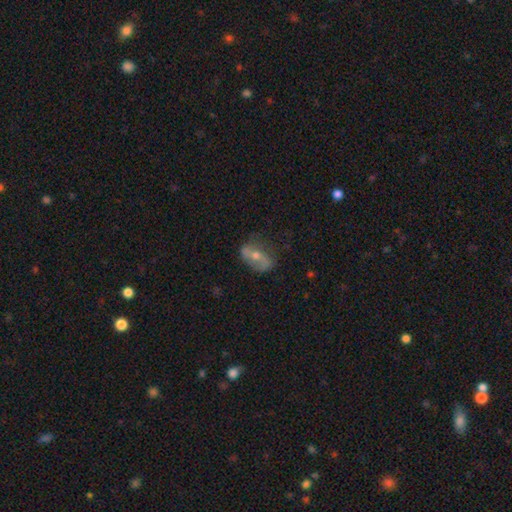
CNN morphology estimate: featured or disk 55%, smooth 32%, star or artifact 13%. Down the decision tree: edge-on disk — no (90%); merging — none (63%).